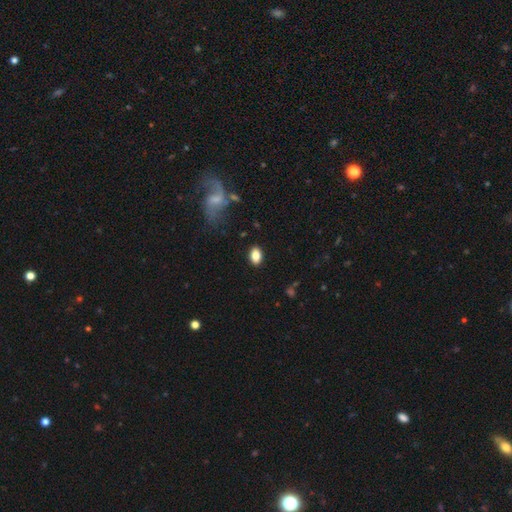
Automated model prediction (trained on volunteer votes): A smooth galaxy with no disk features (84%) that is in between round and cigar-shaped (87%). Merging: none (87%).